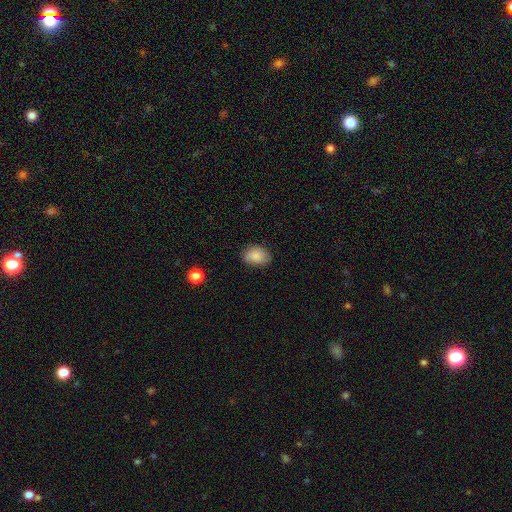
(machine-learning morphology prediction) smooth_or_featured: smooth (p=0.85) [alt: star or artifact p=0.08]
how_rounded: in between (p=0.76) [alt: round p=0.23]
merging: none (p=0.75) [alt: minor disturbance p=0.20]